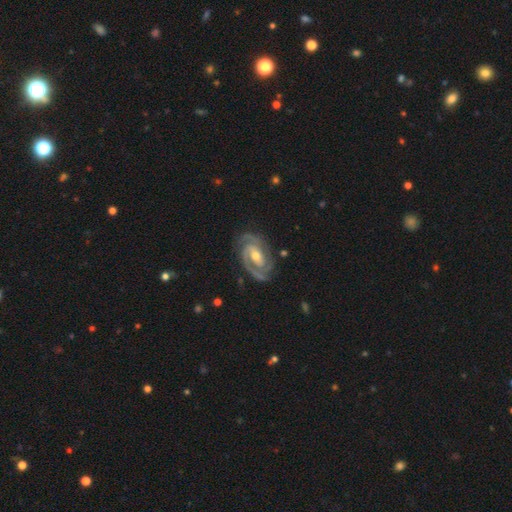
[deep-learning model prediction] smooth-or-featured: featured or disk: 92% | smooth: 4% | star or artifact: 4%
  disk-edge-on: no: 97% | yes: 3%
    bar: weak: 41% | no: 35% | strong: 24%
    has-spiral-arms: yes: 98% | no: 2%
      spiral-winding: tight: 64% | medium: 32% | loose: 4%
      spiral-arm-count: 2: 76% | 3: 14% | can't tell: 4% | 4: 2% | 1: 2% | more than 4: 2%
    bulge-size: moderate: 65% | small: 29% | large: 3% | none: 1% | dominant: 1%
  merging: none: 80% | minor disturbance: 15% | major disturbance: 4% | merger: 1%